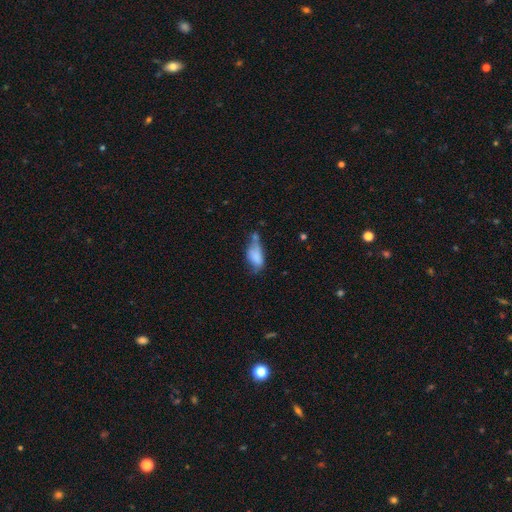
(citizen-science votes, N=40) Smooth or featured?
  - smooth: 57% *
  - featured or disk: 32%
  - star or artifact: 10%
How rounded?
  - in between: 78% *
  - cigar-shaped: 22%
  - round: 0%
Merging?
  - minor disturbance: 42% *
  - none: 28%
  - major disturbance: 19%
  - merger: 11%